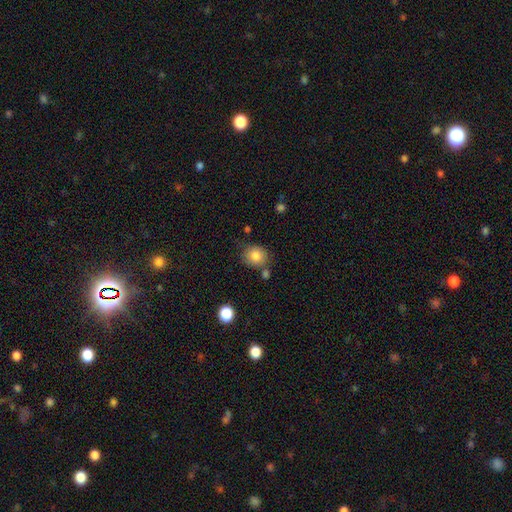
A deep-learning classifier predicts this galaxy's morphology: type=smooth (82%); roundness=round (75%); merging=none (73%).